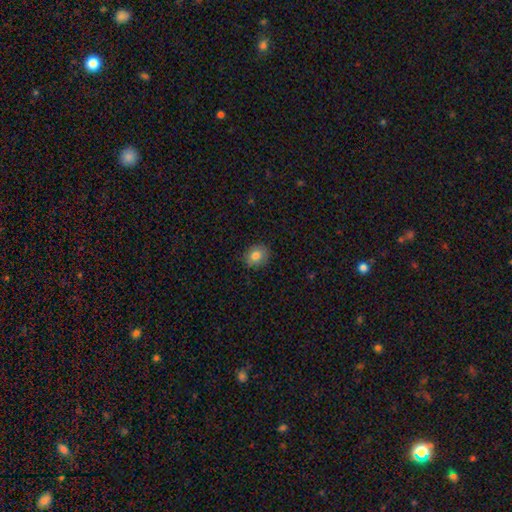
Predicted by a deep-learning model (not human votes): This is clearly a smooth galaxy (82%). How rounded: likely round (60%). Merging: clearly none (86%).